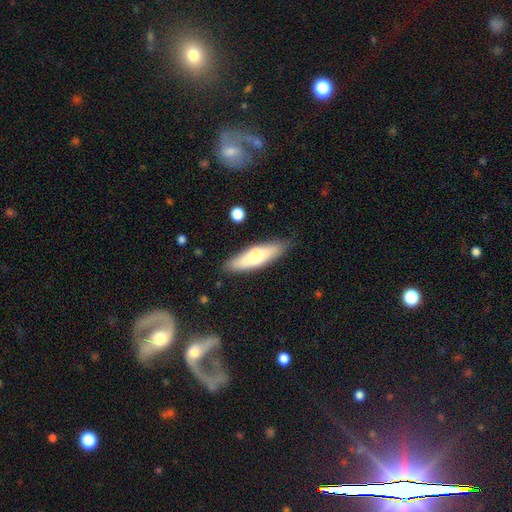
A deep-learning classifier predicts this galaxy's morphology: smooth-or-featured: smooth: 60% | featured or disk: 34% | star or artifact: 6%
  how-rounded: cigar-shaped: 55% | in between: 43% | round: 2%
  merging: none: 80% | minor disturbance: 13% | merger: 4% | major disturbance: 3%